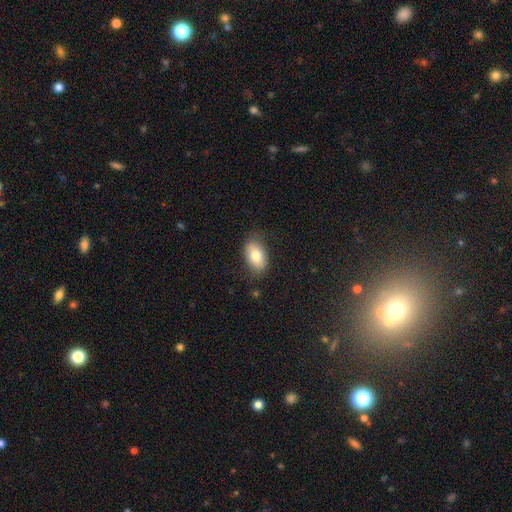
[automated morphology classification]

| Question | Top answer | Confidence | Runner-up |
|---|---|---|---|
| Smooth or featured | smooth | 78% | featured or disk (15%) |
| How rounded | in between | 91% | round (7%) |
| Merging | none | 78% | minor disturbance (17%) |